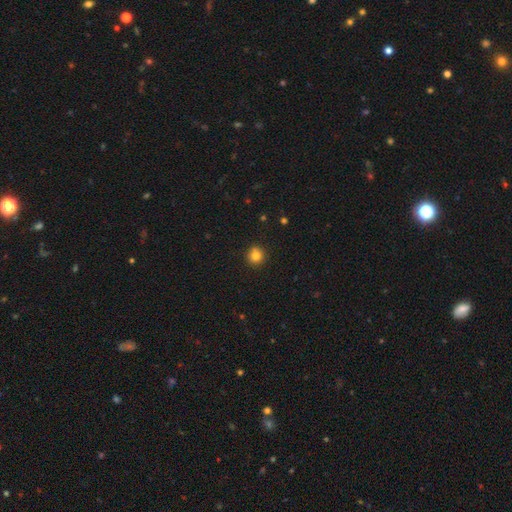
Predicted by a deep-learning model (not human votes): The model was most divided on "smooth or featured": smooth: 81%, star or artifact: 13%, featured or disk: 7%. More confident: how rounded — round (93%); merging — none (84%).